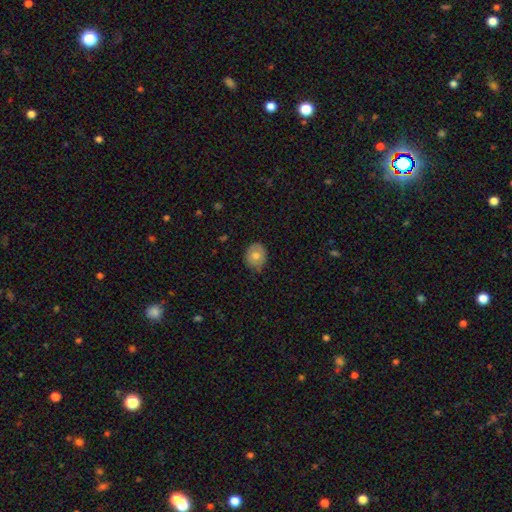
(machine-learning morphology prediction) smooth 73%, featured or disk 19%, star or artifact 8%. Down the decision tree: how rounded — round (69%); merging — none (75%).